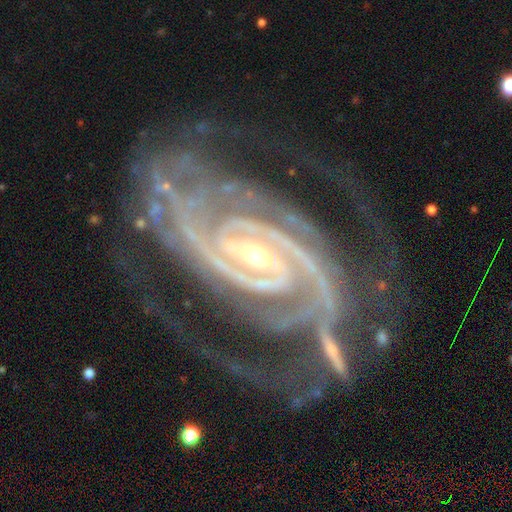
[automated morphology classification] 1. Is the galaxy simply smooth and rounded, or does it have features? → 93% featured or disk, 5% star or artifact, 2% smooth.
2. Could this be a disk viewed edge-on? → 97% no, 3% yes.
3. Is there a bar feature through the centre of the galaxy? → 38% weak, 37% strong, 25% no.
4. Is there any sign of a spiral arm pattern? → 99% yes, 1% no.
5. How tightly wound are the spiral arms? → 66% tight, 29% medium, 5% loose.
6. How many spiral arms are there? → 47% 2, 17% 3, 11% can't tell, 11% 4, 7% more than 4, 7% 1.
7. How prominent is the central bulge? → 67% small, 28% moderate, 2% large, 1% none, 1% dominant.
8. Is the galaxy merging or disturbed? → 68% none, 18% minor disturbance, 12% major disturbance, 3% merger.